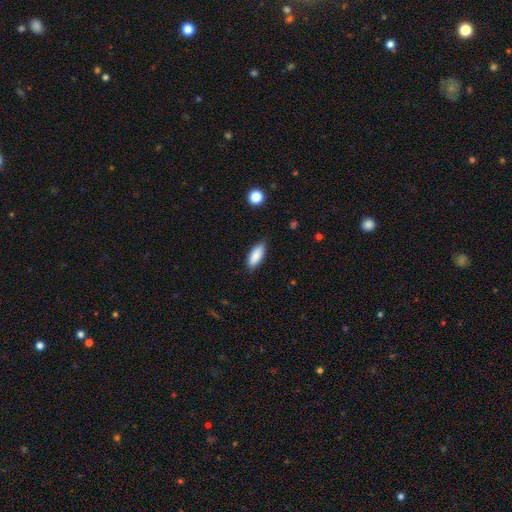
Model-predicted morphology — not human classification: Smooth or featured?
  - smooth: 88% *
  - star or artifact: 7%
  - featured or disk: 6%
How rounded?
  - in between: 77% *
  - cigar-shaped: 21%
  - round: 2%
Merging?
  - none: 83% *
  - minor disturbance: 14%
  - major disturbance: 2%
  - merger: 1%